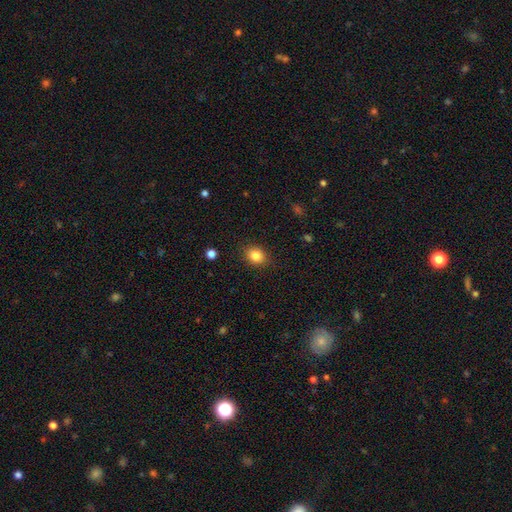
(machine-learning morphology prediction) This is clearly a smooth galaxy (84%). How rounded: likely round (65%). Merging: clearly none (87%).